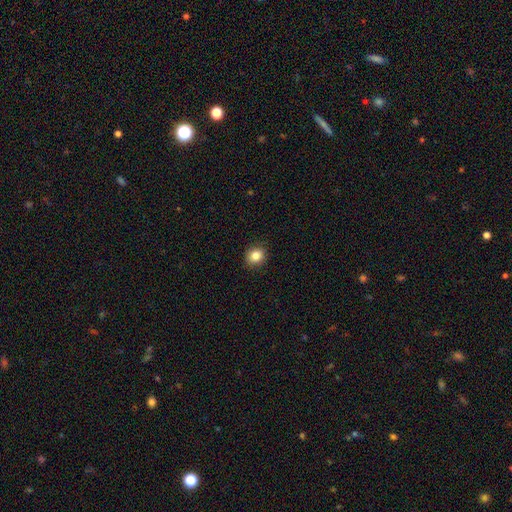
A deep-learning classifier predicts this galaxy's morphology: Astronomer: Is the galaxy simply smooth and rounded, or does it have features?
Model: smooth — 84%.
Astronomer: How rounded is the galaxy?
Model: round — 72%.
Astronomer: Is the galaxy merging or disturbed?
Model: none — 89%.